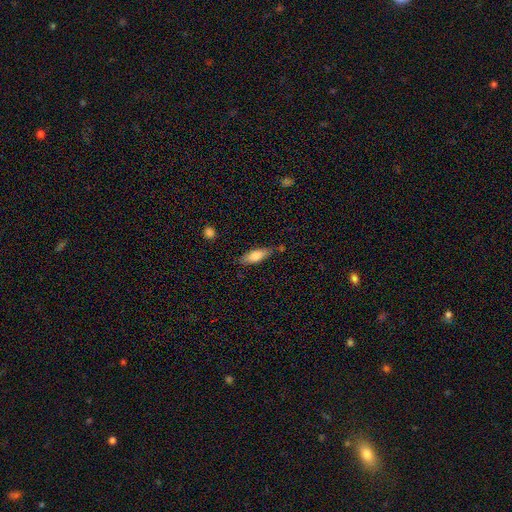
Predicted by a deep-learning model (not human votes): Smooth or featured? smooth (78%)
How rounded? in between (64%)
Merging? none (72%)